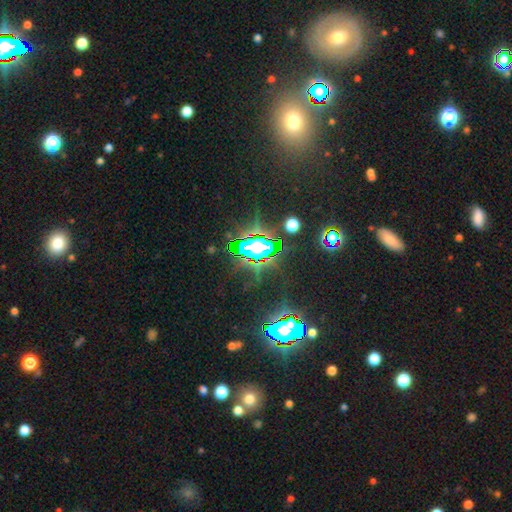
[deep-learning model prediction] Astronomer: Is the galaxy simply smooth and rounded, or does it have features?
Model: star or artifact — 80%.